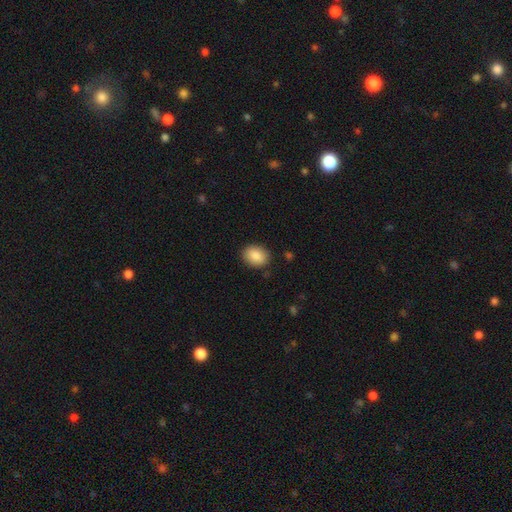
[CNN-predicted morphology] The model was most divided on "how rounded": in between: 65%, round: 34%, cigar-shaped: 1%. More confident: smooth or featured — smooth (87%); merging — none (87%).